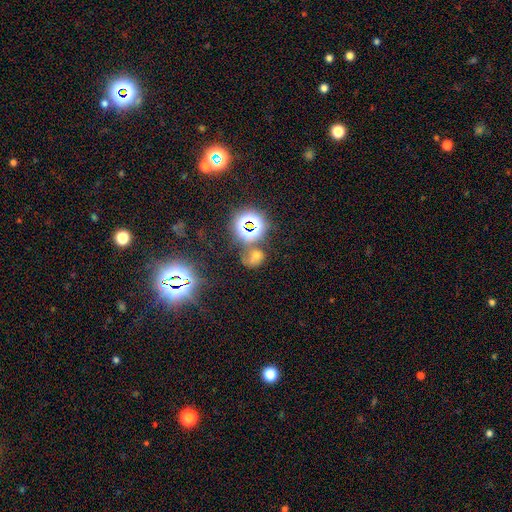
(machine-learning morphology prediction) Q: Smooth or featured?
A: star or artifact (48%); runner-up: smooth (37%)